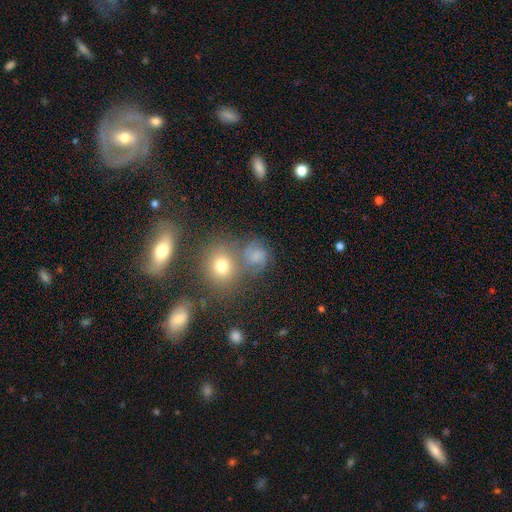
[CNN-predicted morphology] A smooth galaxy with no disk features (54%) that is round (73%).

Vote fractions:
- Smooth or featured? smooth: 54% / featured or disk: 27% / star or artifact: 19%
- How rounded? round: 73% / in between: 25% / cigar-shaped: 1%
- Merging? none: 55% / merger: 22% / minor disturbance: 14% / major disturbance: 8%